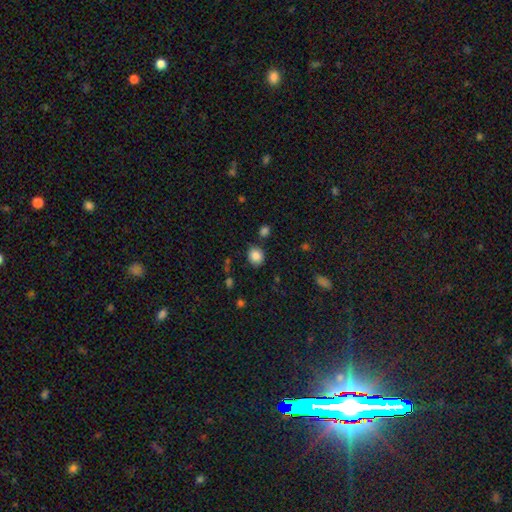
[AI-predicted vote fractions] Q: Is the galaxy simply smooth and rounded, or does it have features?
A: smooth — 85%.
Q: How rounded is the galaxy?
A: round — 73%.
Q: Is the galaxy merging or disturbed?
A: none — 84%.